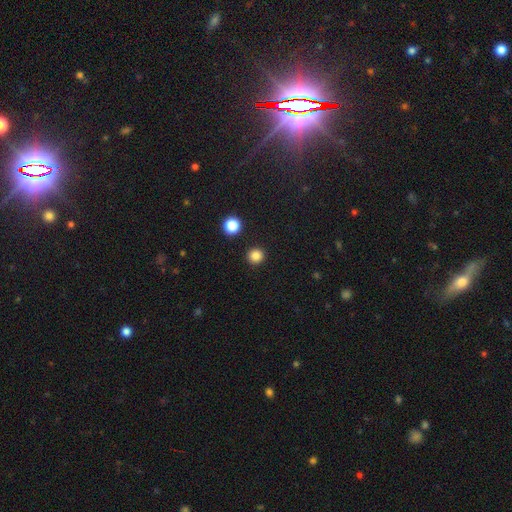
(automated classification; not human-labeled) Overall: smooth (85%). How rounded: round (94%). Merging: none (92%).